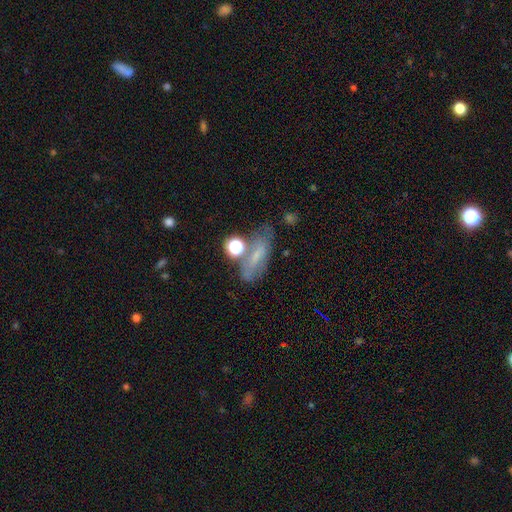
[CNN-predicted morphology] This is possibly a smooth galaxy (47%). Merging: possibly none (52%).